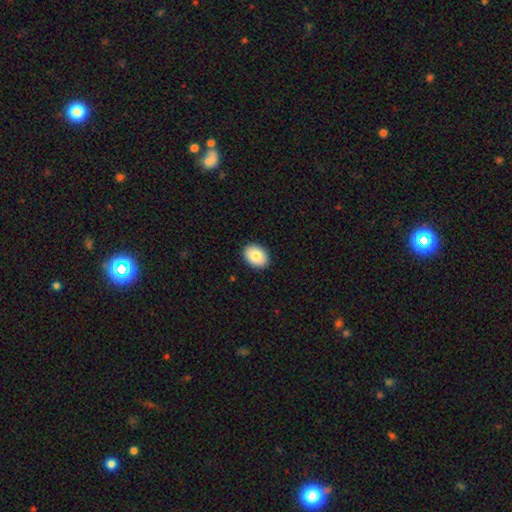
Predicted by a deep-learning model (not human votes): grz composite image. It shows a smooth galaxy with no disk features (82%) that is in between round and cigar-shaped (69%). Merging: none (91%).